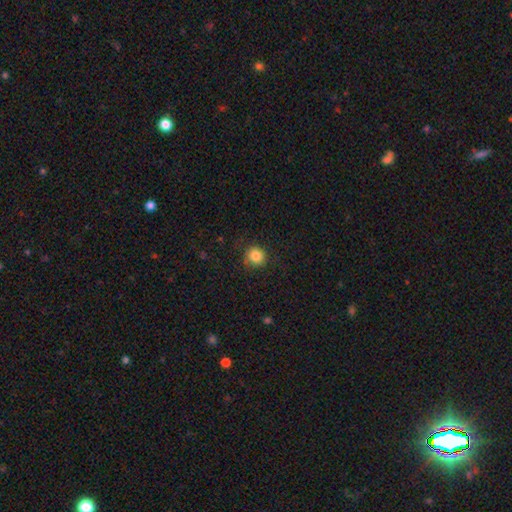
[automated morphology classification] Smooth or featured? Predicted: smooth (p=0.85). How rounded? Predicted: round (p=0.92). Merging? Predicted: none (p=0.83).